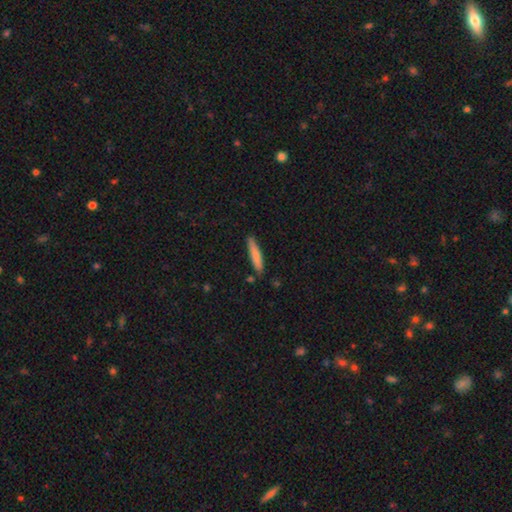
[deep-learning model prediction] Smooth or featured? Predicted: smooth (p=0.79). How rounded? Predicted: cigar-shaped (p=0.90). Merging? Predicted: none (p=0.84).